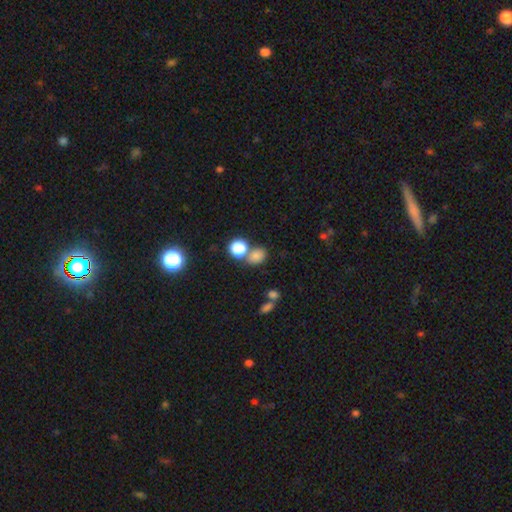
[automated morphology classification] Smooth or featured? Predicted: smooth (p=0.77). How rounded? Predicted: round (p=0.52). Merging? Predicted: none (p=0.57).